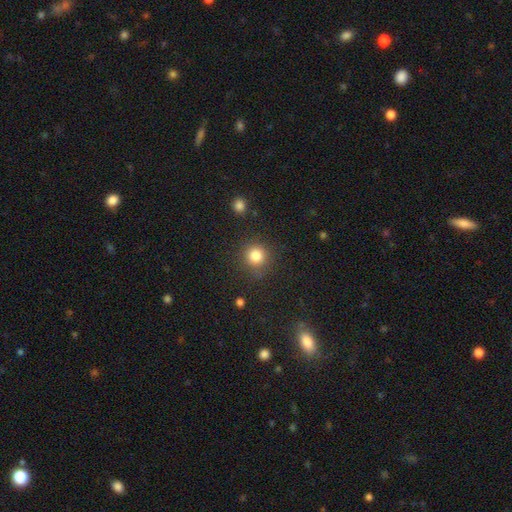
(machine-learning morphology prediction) Smooth or featured? smooth (83%)
How rounded? round (91%)
Merging? none (83%)